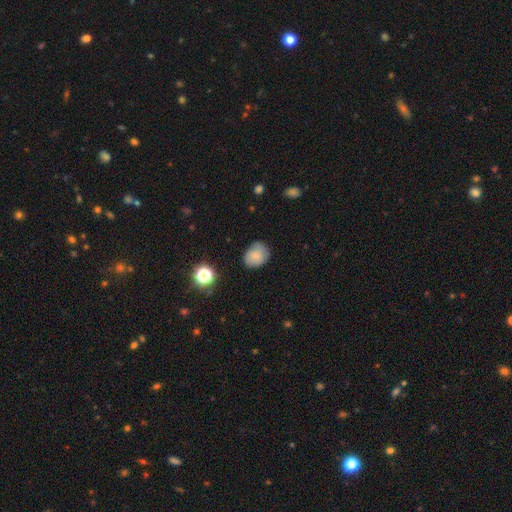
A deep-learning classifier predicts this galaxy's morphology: Smooth or featured? Predicted: smooth (p=0.75). How rounded? Predicted: round (p=0.53). Merging? Predicted: none (p=0.70).